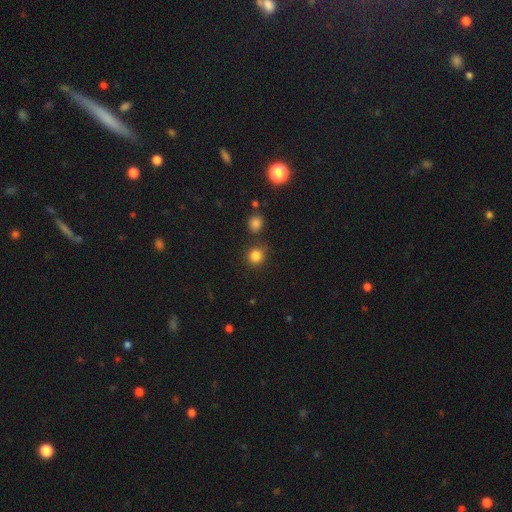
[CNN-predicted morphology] type=smooth (83%); roundness=round (89%); merging=none (79%).